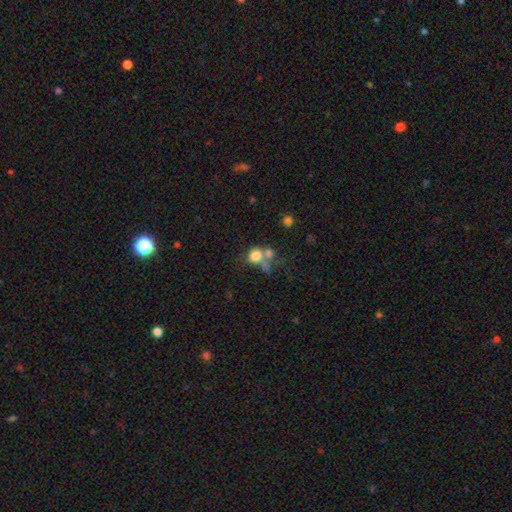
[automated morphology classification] A smooth galaxy with no disk features (75%) that is round (67%). Merging: merger (47%).